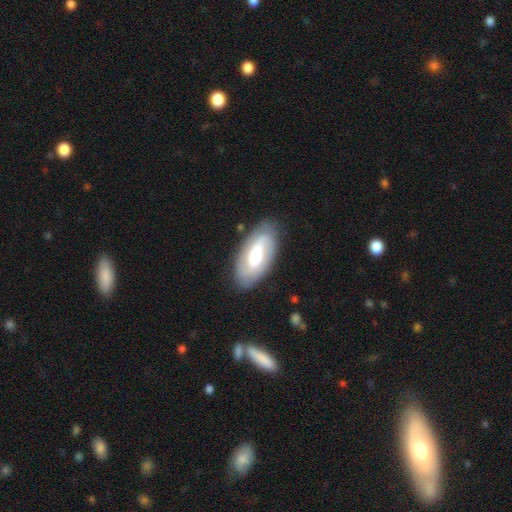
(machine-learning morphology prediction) smooth_or_featured: featured or disk (p=0.62) [alt: smooth p=0.32]
disk_edge_on: no (p=0.92) [alt: yes p=0.08]
bar: weak (p=0.46) [alt: no p=0.30]
has_spiral_arms: yes (p=0.79) [alt: no p=0.21]
bulge_size: moderate (p=0.62) [alt: large p=0.22]
merging: none (p=0.82) [alt: minor disturbance p=0.13]